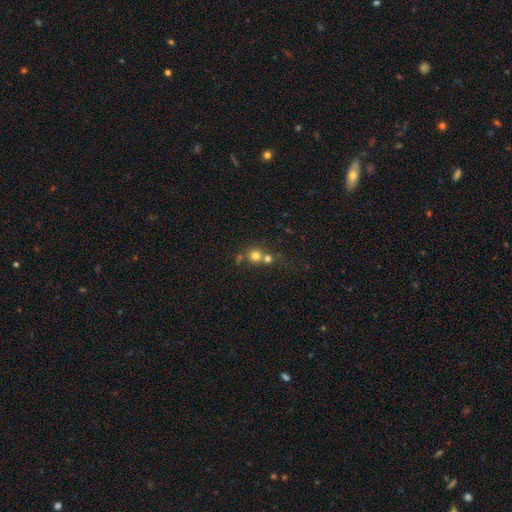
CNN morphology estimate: smooth-or-featured: smooth: 71% | star or artifact: 16% | featured or disk: 13%
  how-rounded: round: 88% | in between: 11% | cigar-shaped: 1%
  merging: merger: 46% | none: 45% | minor disturbance: 6% | major disturbance: 3%